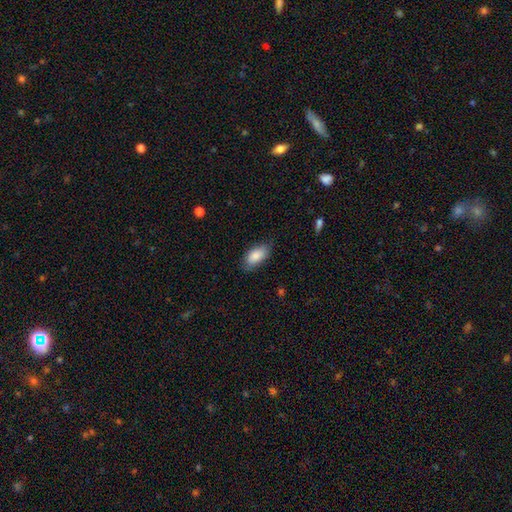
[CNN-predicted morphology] This is clearly a smooth galaxy (85%). How rounded: clearly in between (92%). Merging: likely none (74%).